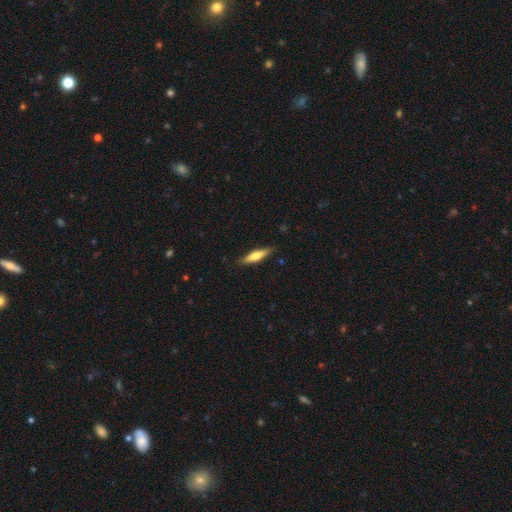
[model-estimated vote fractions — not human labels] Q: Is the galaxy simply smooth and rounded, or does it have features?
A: smooth — 52%.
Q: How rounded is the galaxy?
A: cigar-shaped — 75%.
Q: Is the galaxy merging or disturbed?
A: none — 86%.